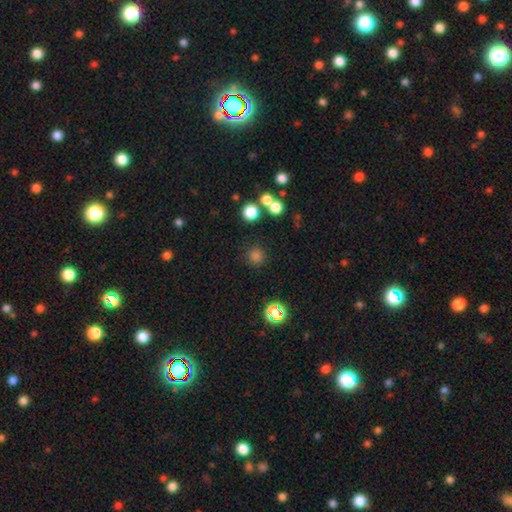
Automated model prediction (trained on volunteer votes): The model was most divided on "smooth or featured": smooth: 76%, star or artifact: 19%, featured or disk: 5%. More confident: how rounded — round (94%); merging — none (85%).